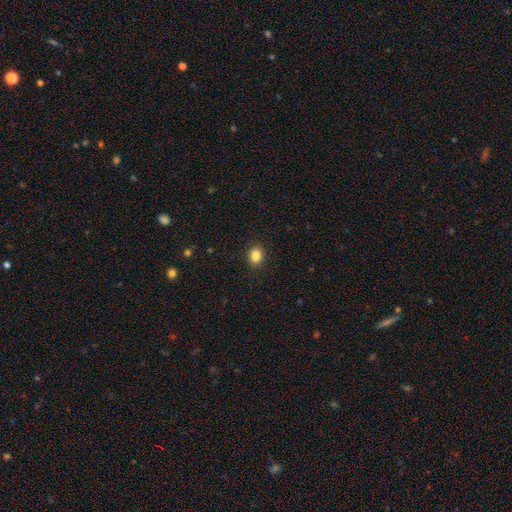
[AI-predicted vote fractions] This appears to be a smooth galaxy with no disk features (85%) that is round (53%). Merging: none (91%).